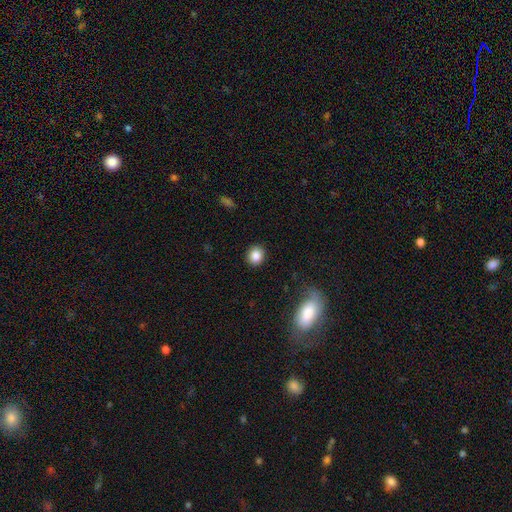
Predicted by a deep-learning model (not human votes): A smooth galaxy with no disk features (86%) that is round (74%).

Vote fractions:
- Smooth or featured? smooth: 86% / star or artifact: 9% / featured or disk: 5%
- How rounded? round: 74% / in between: 25% / cigar-shaped: 1%
- Merging? none: 90% / minor disturbance: 7% / major disturbance: 2% / merger: 1%